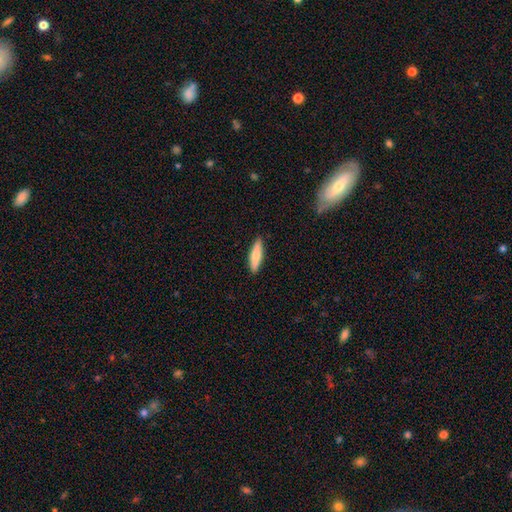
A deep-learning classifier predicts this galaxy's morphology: Smooth or featured: smooth — 71% (featured or disk — 24%)
How rounded: cigar-shaped — 67% (in between — 31%)
Merging: none — 90% (minor disturbance — 8%)